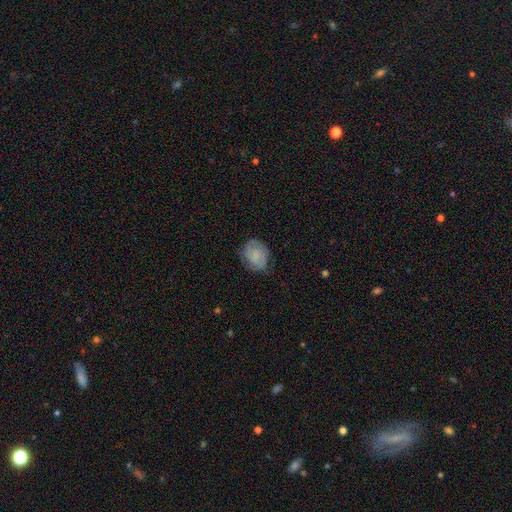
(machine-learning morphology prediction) A smooth galaxy with no disk features (51%) that is round (54%). Merging: none (68%).